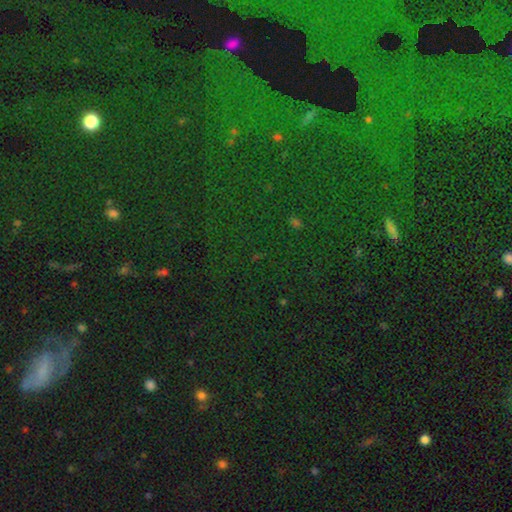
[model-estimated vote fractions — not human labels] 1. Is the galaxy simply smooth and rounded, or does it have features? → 80% star or artifact, 12% smooth, 8% featured or disk.